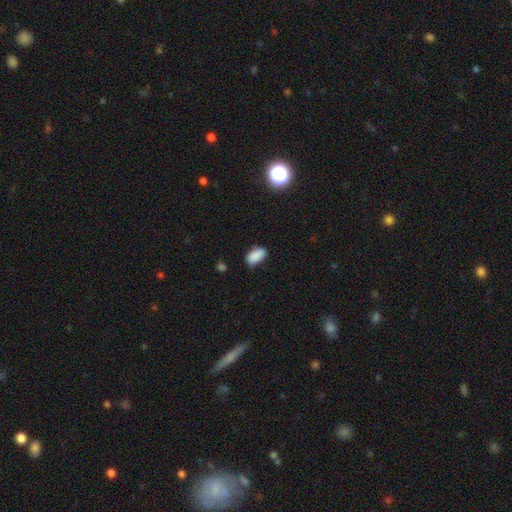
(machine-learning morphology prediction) Overall: smooth (88%). How rounded: in between (93%). Merging: none (71%).